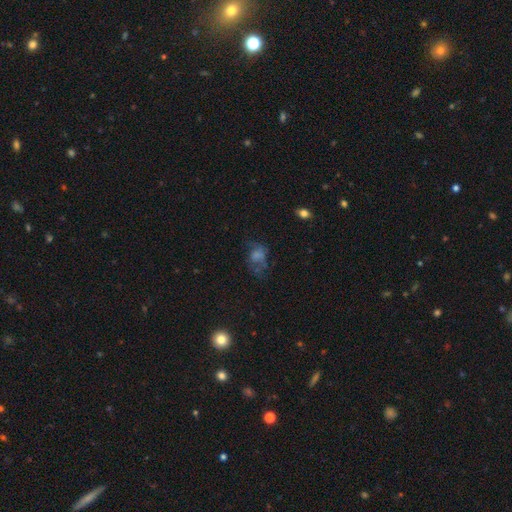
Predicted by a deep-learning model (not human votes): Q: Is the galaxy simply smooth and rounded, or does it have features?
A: smooth — 40%.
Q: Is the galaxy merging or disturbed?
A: none — 48%.